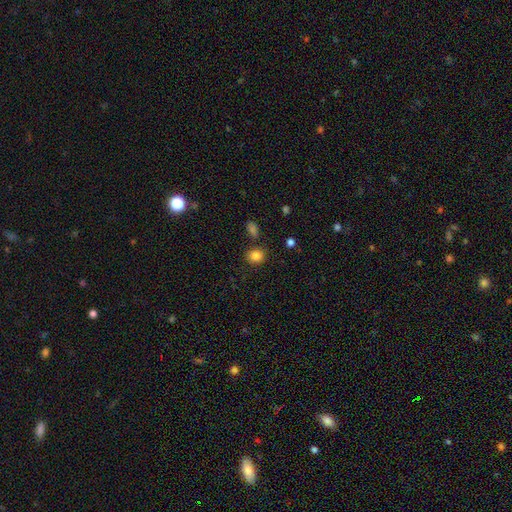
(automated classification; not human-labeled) This is clearly a smooth galaxy (84%). How rounded: likely round (69%). Merging: clearly none (82%).